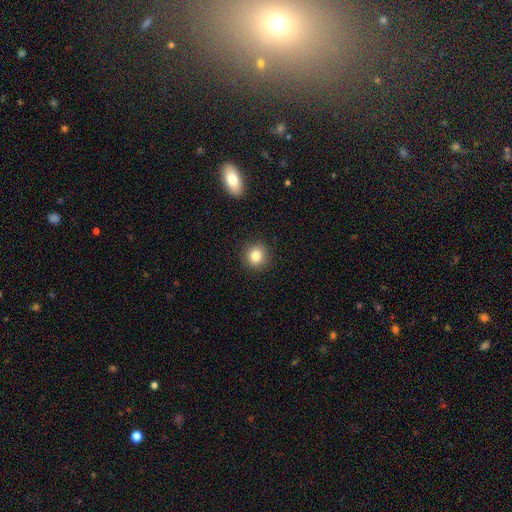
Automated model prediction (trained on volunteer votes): A smooth galaxy with no disk features (83%) that is round (89%). Merging: none (91%).